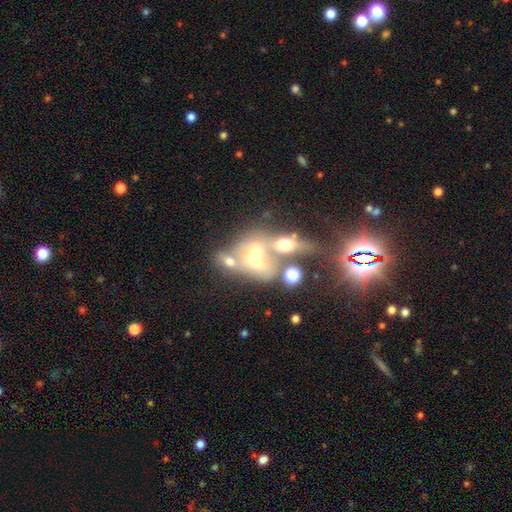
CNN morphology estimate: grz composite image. It shows a featured or disk galaxy (39%). Merging: merger (65%).